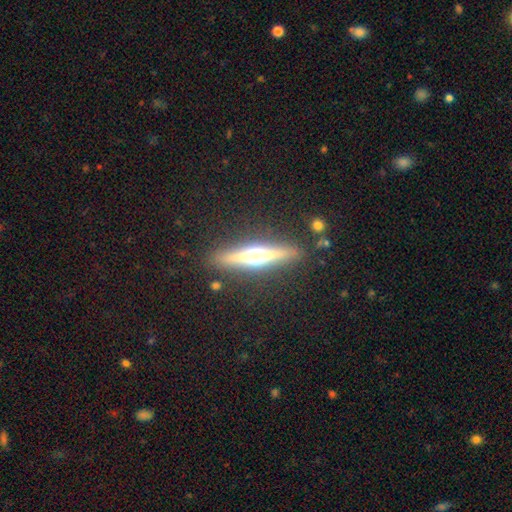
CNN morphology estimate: type=featured or disk (71%); edge-on=yes (96%); edge-on bulge=rounded (93%); merging=none (87%).